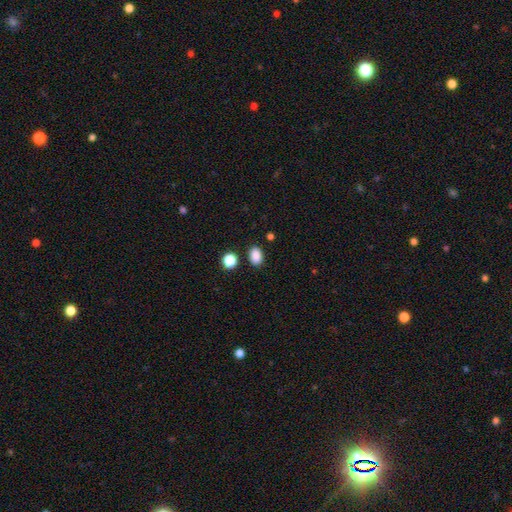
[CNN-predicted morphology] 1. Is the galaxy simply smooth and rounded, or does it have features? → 87% smooth, 10% star or artifact, 3% featured or disk.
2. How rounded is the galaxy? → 77% in between, 22% round, 1% cigar-shaped.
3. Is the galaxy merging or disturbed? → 84% none, 9% minor disturbance, 4% merger, 3% major disturbance.